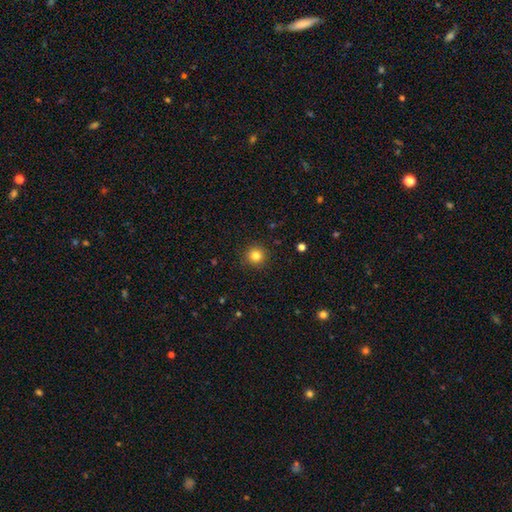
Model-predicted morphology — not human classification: smooth 83%, star or artifact 12%, featured or disk 5%. Down the decision tree: how rounded — round (95%); merging — none (91%).